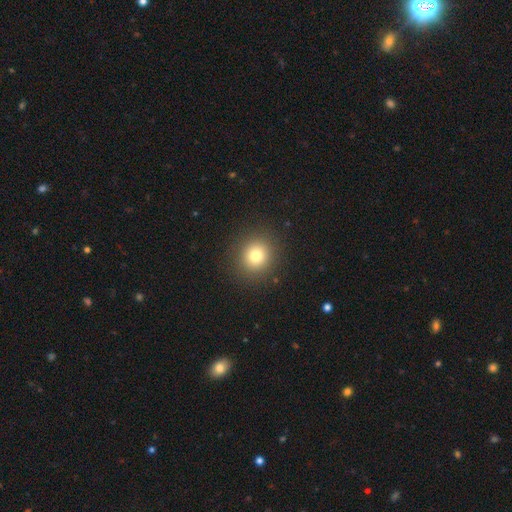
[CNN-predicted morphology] Smooth or featured? Predicted: smooth (p=0.78). How rounded? Predicted: round (p=0.87). Merging? Predicted: none (p=0.90).